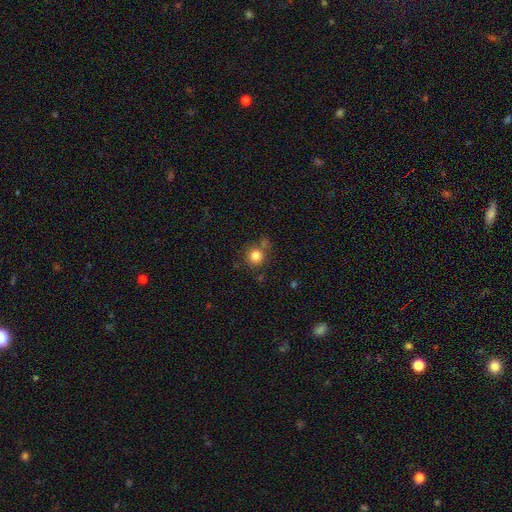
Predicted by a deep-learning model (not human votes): A smooth galaxy with no disk features (82%) that is round (91%). Merging: none (71%).